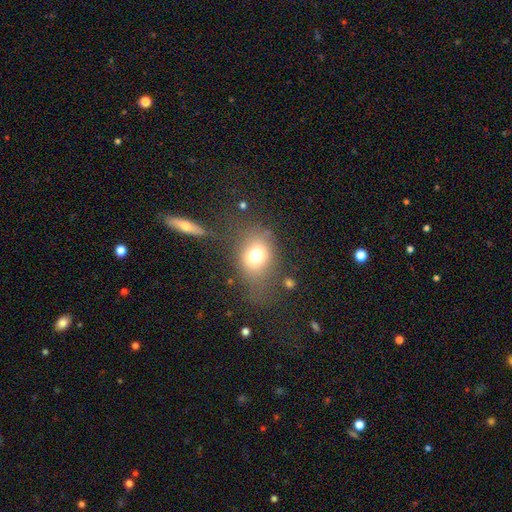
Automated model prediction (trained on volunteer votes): This appears to be a smooth galaxy with no disk features (71%) that is in between round and cigar-shaped (52%). Merging: none (58%).